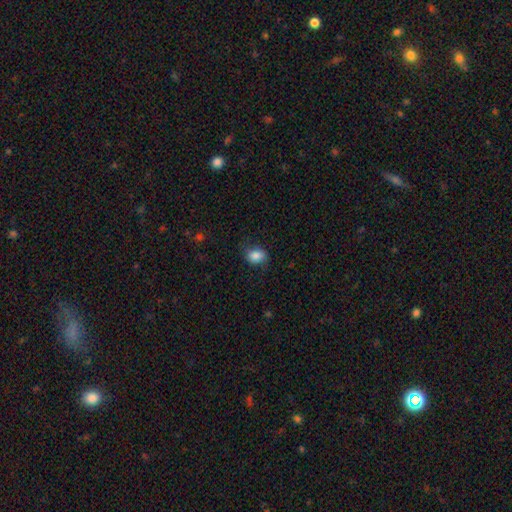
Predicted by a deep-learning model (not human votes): Smooth or featured? smooth (83%)
How rounded? in between (68%)
Merging? none (72%)